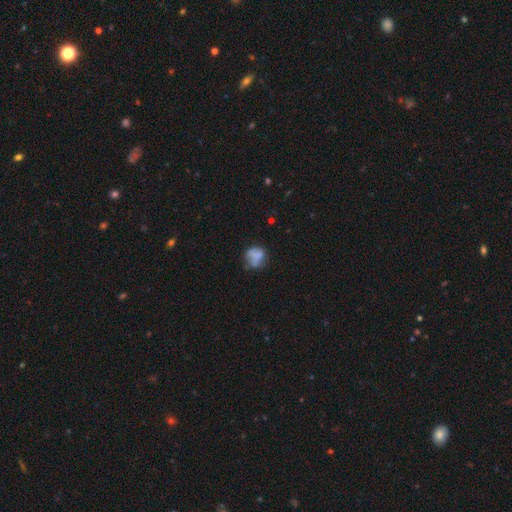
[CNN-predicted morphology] This appears to be a smooth galaxy with no disk features (64%) that is round (62%). Merging: none (43%).